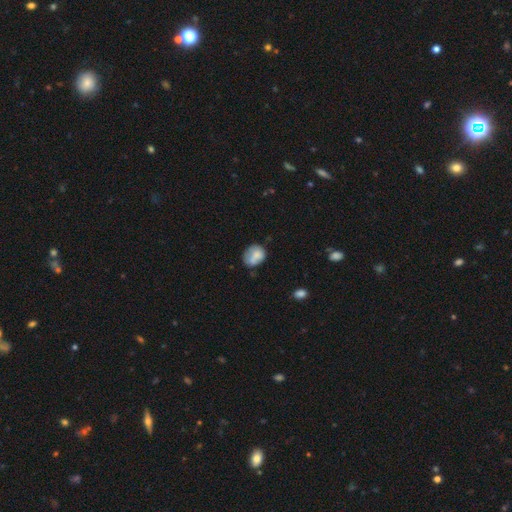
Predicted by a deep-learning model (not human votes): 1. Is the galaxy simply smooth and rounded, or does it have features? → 70% smooth, 21% featured or disk, 9% star or artifact.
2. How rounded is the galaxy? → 56% round, 43% in between, 1% cigar-shaped.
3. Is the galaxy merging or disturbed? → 47% none, 31% minor disturbance, 15% major disturbance, 7% merger.